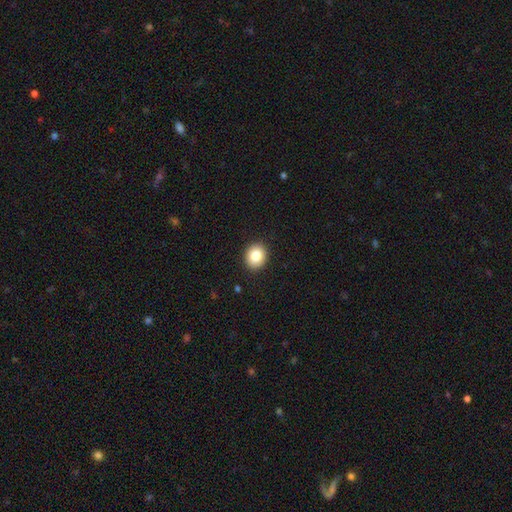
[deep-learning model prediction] Smooth or featured? smooth (84%)
How rounded? round (70%)
Merging? none (91%)